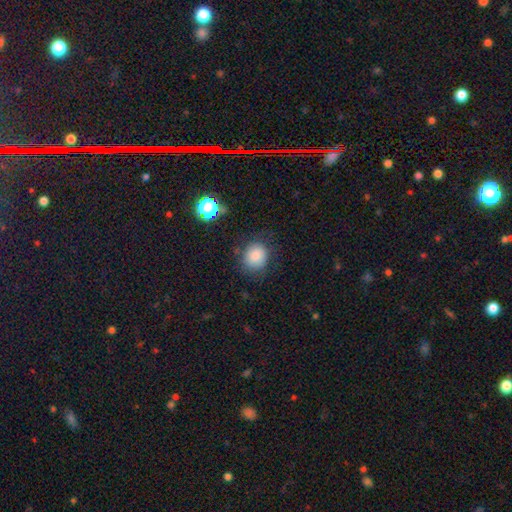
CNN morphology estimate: This appears to be a smooth galaxy with no disk features (83%) that is round (78%). Merging: none (76%).